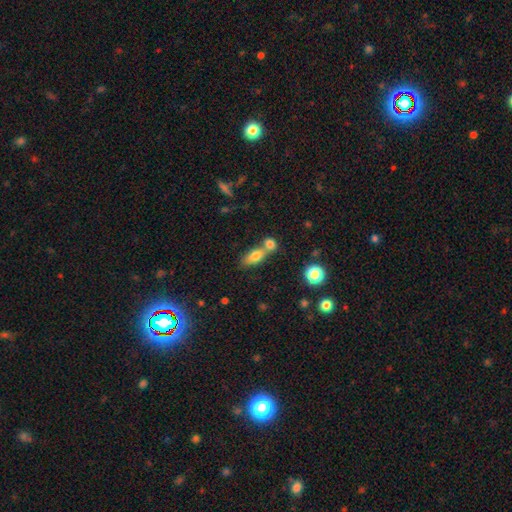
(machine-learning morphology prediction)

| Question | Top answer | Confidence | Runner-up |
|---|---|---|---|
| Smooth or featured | smooth | 76% | featured or disk (14%) |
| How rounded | in between | 77% | cigar-shaped (14%) |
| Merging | merger | 50% | none (38%) |